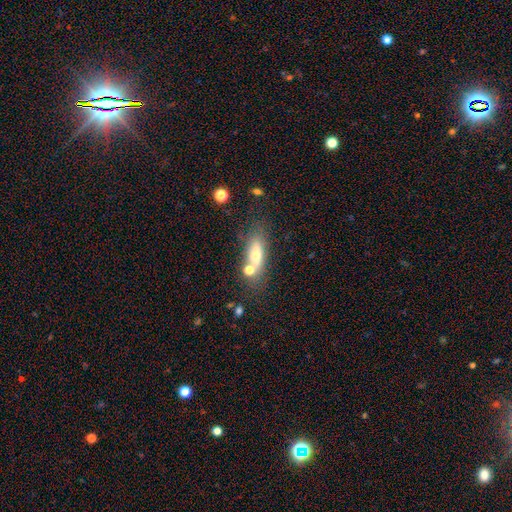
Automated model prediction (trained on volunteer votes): The model was most divided on "how rounded": in between: 57%, cigar-shaped: 39%, round: 5%. More confident: smooth or featured — smooth (62%); merging — none (60%).